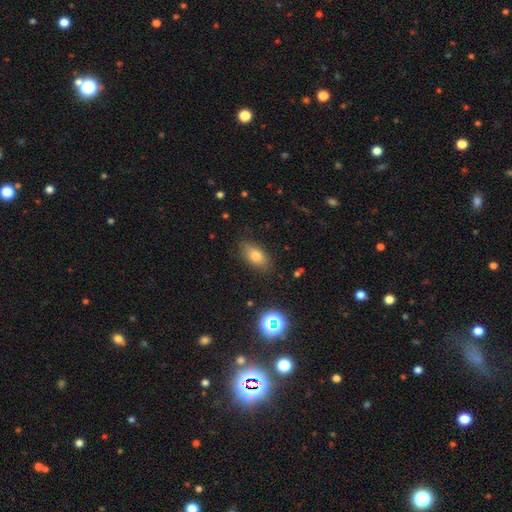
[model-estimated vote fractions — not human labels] Overall: smooth (77%). How rounded: in between (87%). Merging: none (83%).